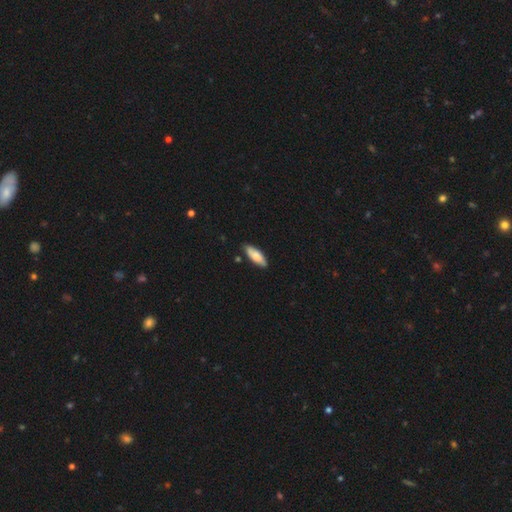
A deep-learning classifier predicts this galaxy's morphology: Smooth or featured: smooth — 77% (featured or disk — 17%)
How rounded: in between — 67% (cigar-shaped — 31%)
Merging: none — 84% (minor disturbance — 13%)